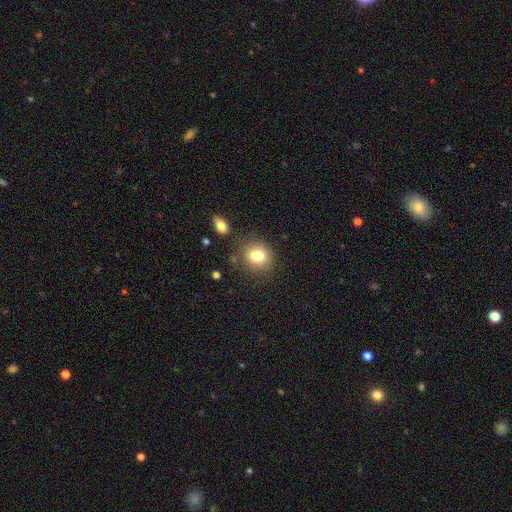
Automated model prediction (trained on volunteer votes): The model was most divided on "how rounded": round: 61%, in between: 38%, cigar-shaped: 1%. More confident: smooth or featured — smooth (80%); merging — none (64%).